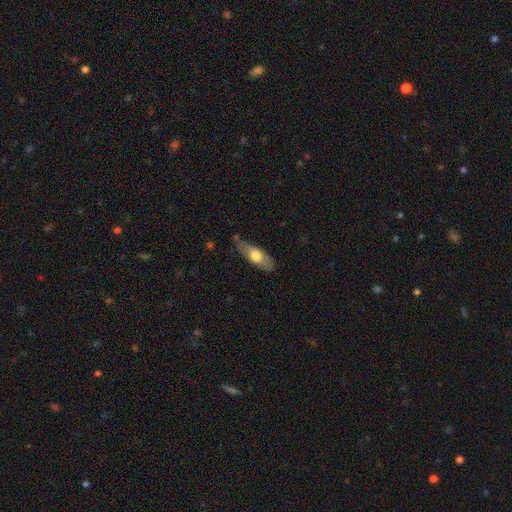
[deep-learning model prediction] Overall: smooth (60%; featured or disk 34%). How rounded: in between (65%; cigar-shaped 32%). Merging: none (68%).